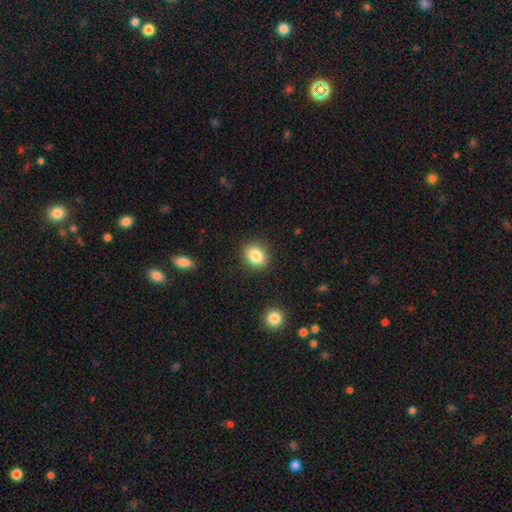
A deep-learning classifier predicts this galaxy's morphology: type=smooth (85%); roundness=in between (53%); merging=none (87%).